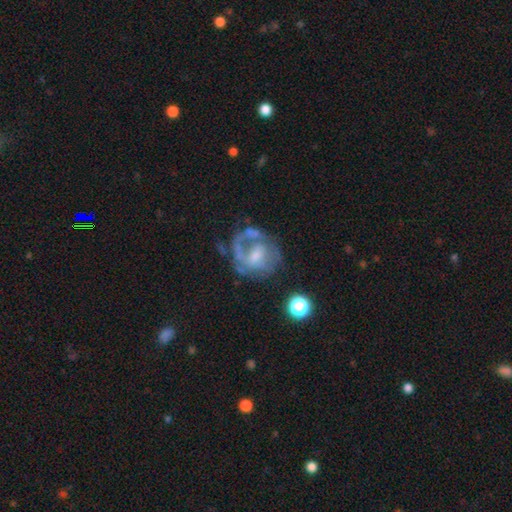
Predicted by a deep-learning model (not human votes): smooth-or-featured: featured or disk: 68% | smooth: 19% | star or artifact: 13%
  disk-edge-on: no: 97% | yes: 3%
    bar: no: 60% | weak: 32% | strong: 8%
    has-spiral-arms: yes: 63% | no: 37%
    bulge-size: small: 44% | moderate: 38% | none: 13% | large: 4% | dominant: 1%
  merging: none: 49% | major disturbance: 24% | minor disturbance: 19% | merger: 7%